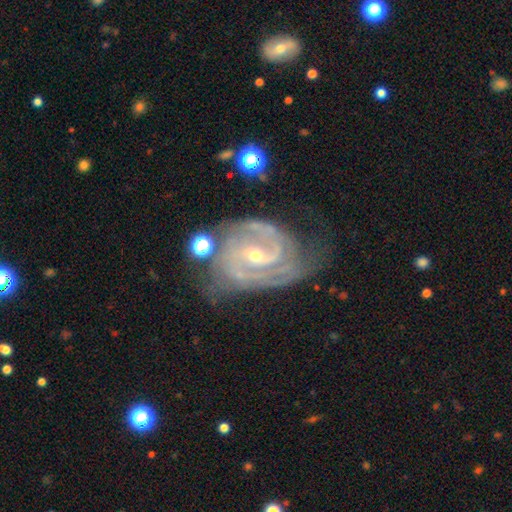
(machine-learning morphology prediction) A featured or disk galaxy (89%) with a weak bar (44%), 2 (50%) tight (56%) spiral arms (97%) and a small central bulge (66%).

Vote fractions:
- Smooth or featured? featured or disk: 89% / star or artifact: 6% / smooth: 5%
- Edge-on disk? no: 97% / yes: 3%
- Bar? weak: 44% / no: 37% / strong: 19%
- Spiral arms? yes: 97% / no: 3%
- Spiral winding? tight: 56% / medium: 37% / loose: 8%
- Spiral arm count? 2: 50% / can't tell: 18% / 3: 18% / 4: 6% / 1: 5% / more than 4: 4%
- Bulge size? small: 66% / moderate: 31% / large: 1% / none: 1% / dominant: 1%
- Merging? none: 52% / minor disturbance: 27% / major disturbance: 17% / merger: 4%